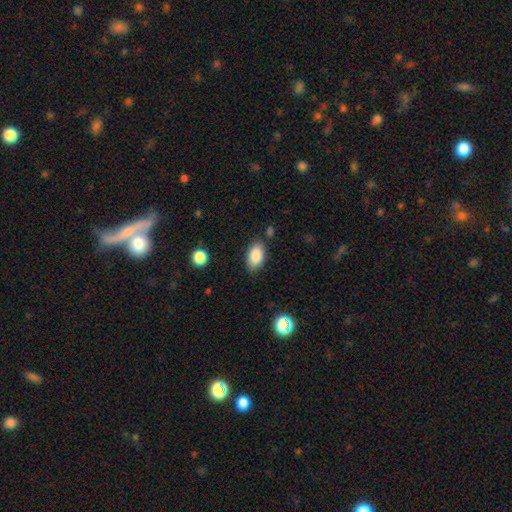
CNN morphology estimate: A smooth galaxy with no disk features (87%) that is in between round and cigar-shaped (93%). Merging: none (82%).